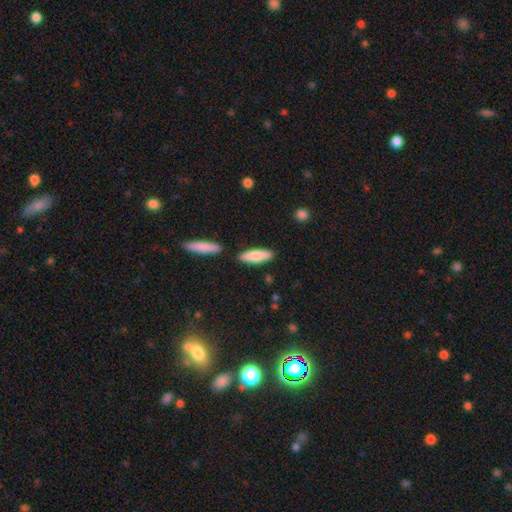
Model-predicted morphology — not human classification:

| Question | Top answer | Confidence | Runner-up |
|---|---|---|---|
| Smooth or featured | smooth | 80% | featured or disk (15%) |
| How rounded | cigar-shaped | 61% | in between (38%) |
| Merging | none | 82% | minor disturbance (9%) |